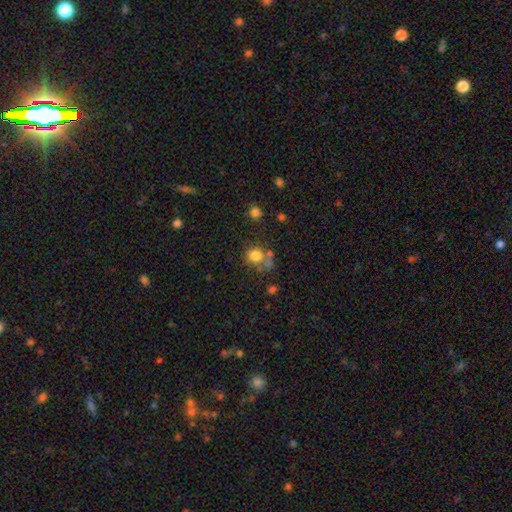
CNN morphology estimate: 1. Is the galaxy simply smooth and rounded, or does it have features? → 79% smooth, 12% star or artifact, 9% featured or disk.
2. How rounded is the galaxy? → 82% round, 17% in between, 1% cigar-shaped.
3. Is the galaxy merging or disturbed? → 55% none, 21% merger, 15% minor disturbance, 8% major disturbance.